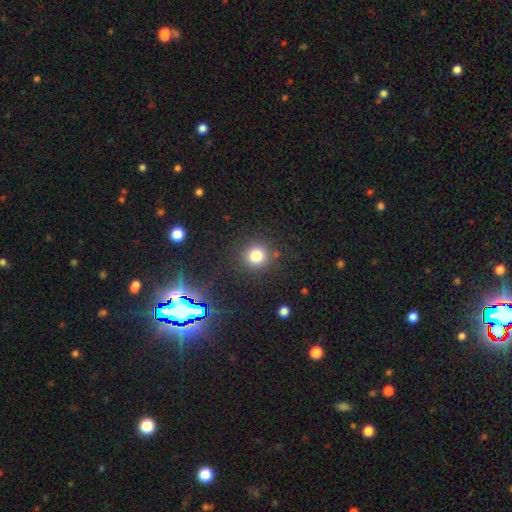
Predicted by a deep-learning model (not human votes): Smooth or featured: smooth — 69% (star or artifact — 24%)
How rounded: round — 93% (in between — 6%)
Merging: none — 89% (minor disturbance — 6%)